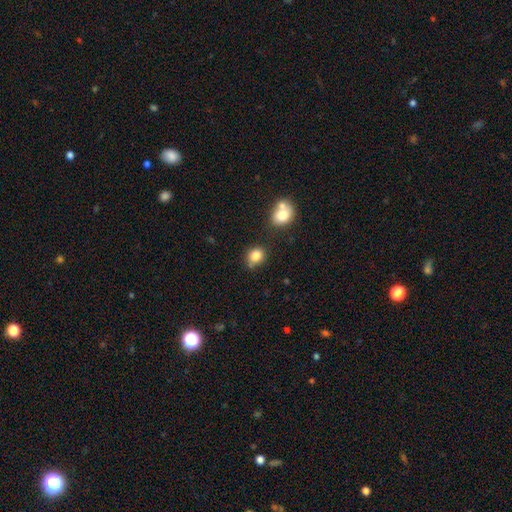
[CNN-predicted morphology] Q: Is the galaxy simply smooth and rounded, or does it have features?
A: smooth — 83%.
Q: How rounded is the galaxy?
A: round — 62%.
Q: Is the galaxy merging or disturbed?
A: none — 70%.